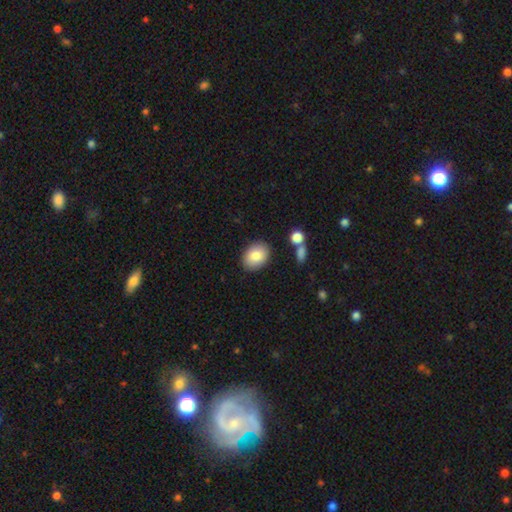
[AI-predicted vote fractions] smooth 84%, featured or disk 9%, star or artifact 7%. Down the decision tree: how rounded — in between (74%); merging — none (85%).